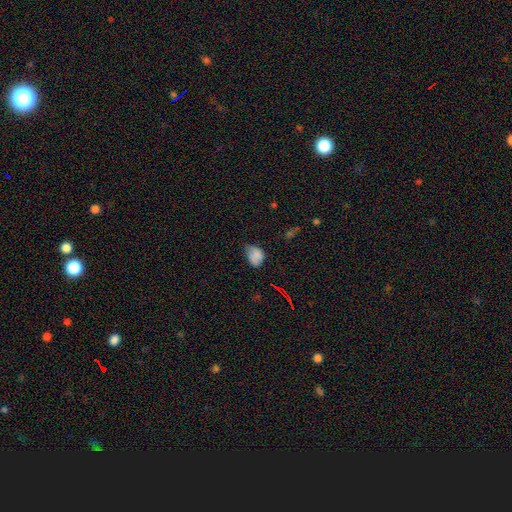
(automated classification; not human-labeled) Smooth or featured?
  - smooth: 79% *
  - star or artifact: 11%
  - featured or disk: 10%
How rounded?
  - in between: 69% *
  - round: 30%
  - cigar-shaped: 1%
Merging?
  - minor disturbance: 48% *
  - none: 33%
  - major disturbance: 15%
  - merger: 3%